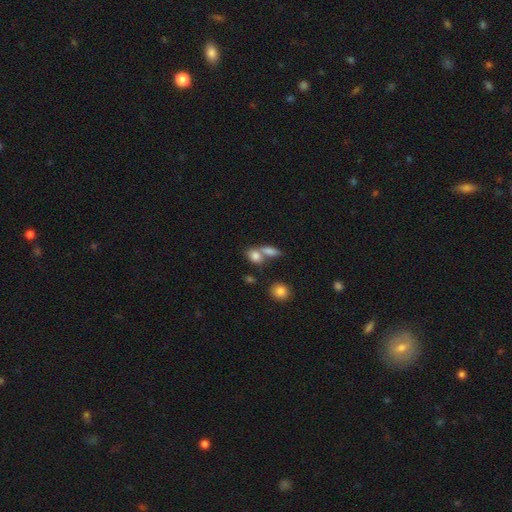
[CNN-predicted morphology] smooth-or-featured: smooth: 81% | featured or disk: 9% | star or artifact: 9%
  how-rounded: in between: 70% | round: 25% | cigar-shaped: 5%
  merging: merger: 49% | none: 38% | minor disturbance: 9% | major disturbance: 4%